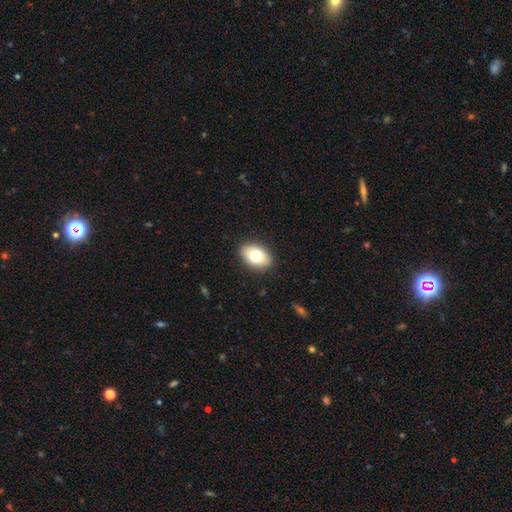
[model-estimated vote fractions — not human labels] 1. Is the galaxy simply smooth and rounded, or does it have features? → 77% smooth, 16% featured or disk, 8% star or artifact.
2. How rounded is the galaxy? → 86% in between, 13% round, 1% cigar-shaped.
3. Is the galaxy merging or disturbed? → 89% none, 8% minor disturbance, 2% major disturbance, 1% merger.